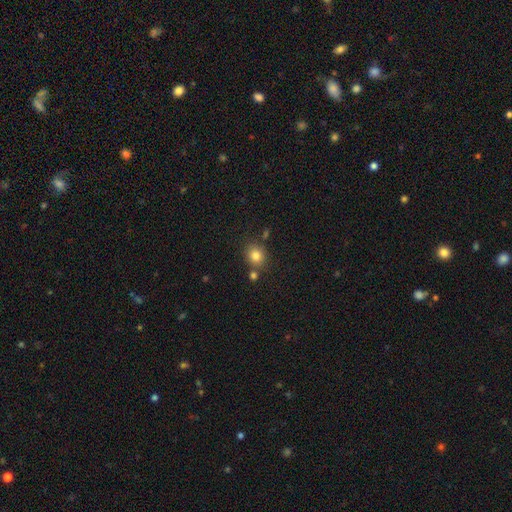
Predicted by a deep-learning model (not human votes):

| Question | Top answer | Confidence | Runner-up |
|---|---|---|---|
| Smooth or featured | smooth | 81% | star or artifact (12%) |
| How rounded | round | 74% | in between (25%) |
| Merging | none | 74% | merger (12%) |